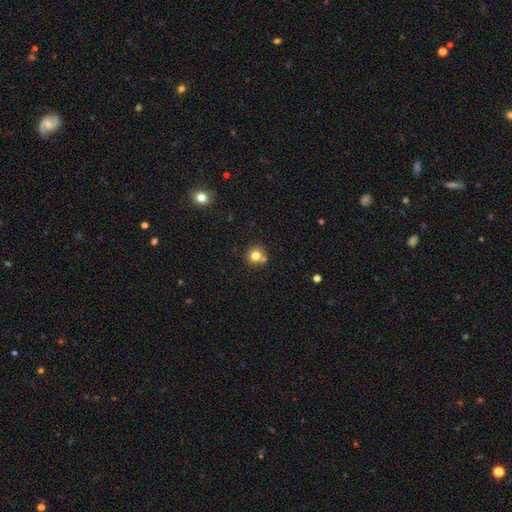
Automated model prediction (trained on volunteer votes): Smooth or featured? smooth (78%)
How rounded? round (90%)
Merging? none (69%)